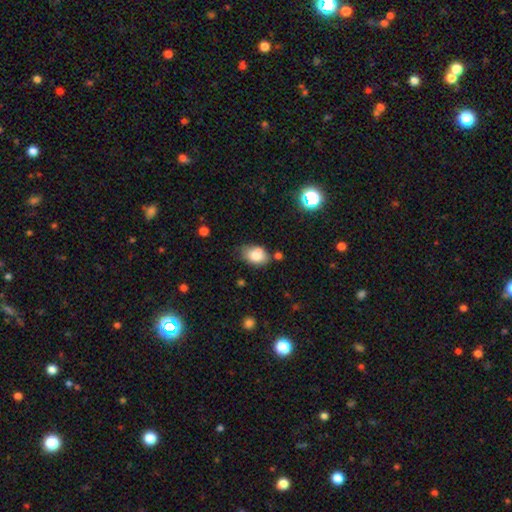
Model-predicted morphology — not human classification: type=smooth (80%); roundness=in between (81%); merging=none (58%).